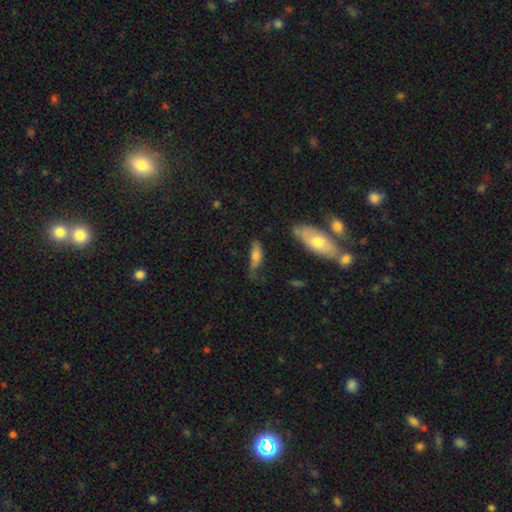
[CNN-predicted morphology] smooth_or_featured: smooth (p=0.65) [alt: featured or disk p=0.26]
how_rounded: in between (p=0.56) [alt: cigar-shaped p=0.41]
merging: none (p=0.39) [alt: minor disturbance p=0.33]